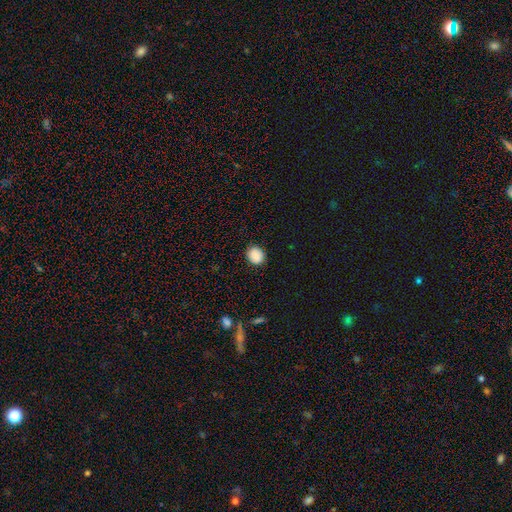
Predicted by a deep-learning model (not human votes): Q: Smooth or featured?
A: smooth (85%); runner-up: star or artifact (9%)
Q: How rounded?
A: round (71%); runner-up: in between (28%)
Q: Merging?
A: none (87%); runner-up: minor disturbance (10%)